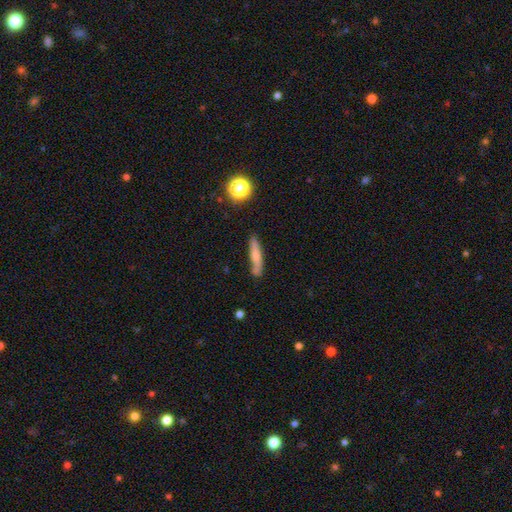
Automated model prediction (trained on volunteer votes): A smooth galaxy with no disk features (67%) that is cigar-shaped (86%).

Vote fractions:
- Smooth or featured? smooth: 67% / featured or disk: 25% / star or artifact: 8%
- How rounded? cigar-shaped: 86% / in between: 11% / round: 3%
- Merging? none: 71% / minor disturbance: 19% / merger: 5% / major disturbance: 4%